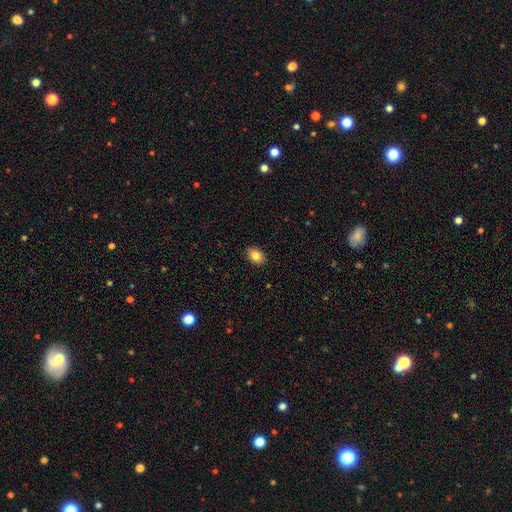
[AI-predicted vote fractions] smooth-or-featured: smooth: 84% | star or artifact: 8% | featured or disk: 7%
  how-rounded: in between: 75% | round: 24% | cigar-shaped: 1%
  merging: none: 90% | minor disturbance: 7% | major disturbance: 2% | merger: 1%